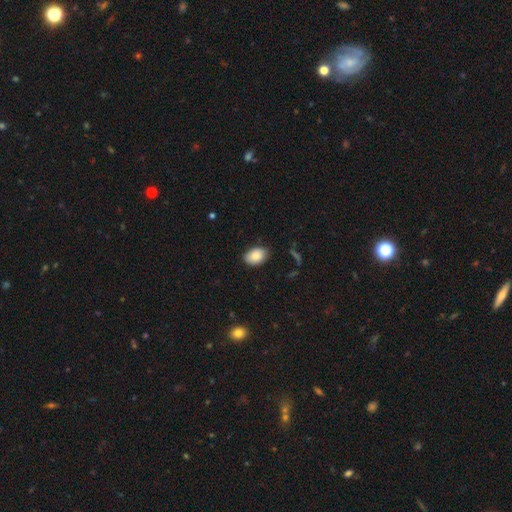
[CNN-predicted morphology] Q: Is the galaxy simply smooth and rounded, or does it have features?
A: smooth — 87%.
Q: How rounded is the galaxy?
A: in between — 87%.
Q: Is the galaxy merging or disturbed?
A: none — 84%.